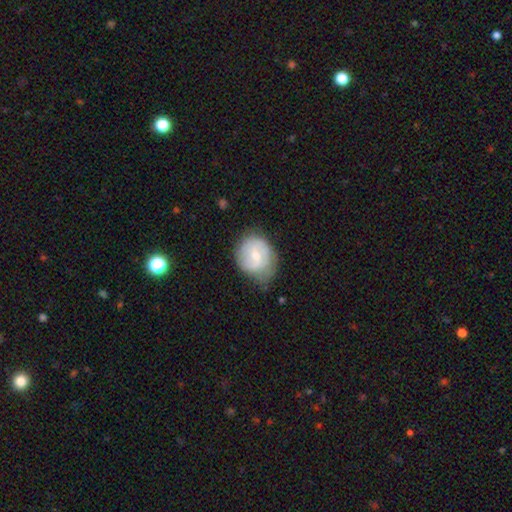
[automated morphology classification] Smooth or featured? featured or disk (54%)
Edge-on disk? no (97%)
Bar? weak (50%)
Spiral arms? yes (79%)
Bulge size? moderate (50%)
Merging? none (60%)